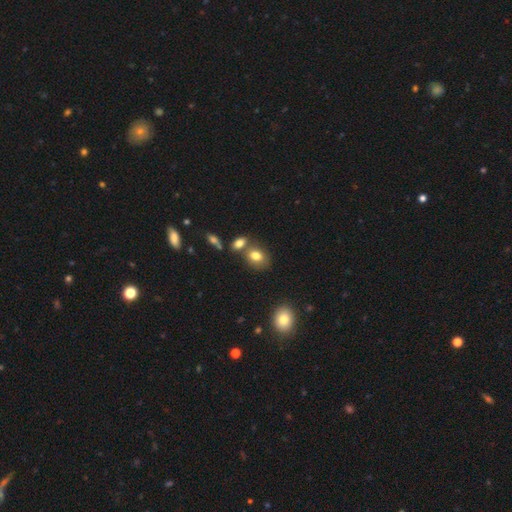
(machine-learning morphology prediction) Smooth or featured?
  - smooth: 78% *
  - featured or disk: 12%
  - star or artifact: 10%
How rounded?
  - in between: 65% *
  - round: 34%
  - cigar-shaped: 1%
Merging?
  - none: 57% *
  - merger: 26%
  - minor disturbance: 14%
  - major disturbance: 4%